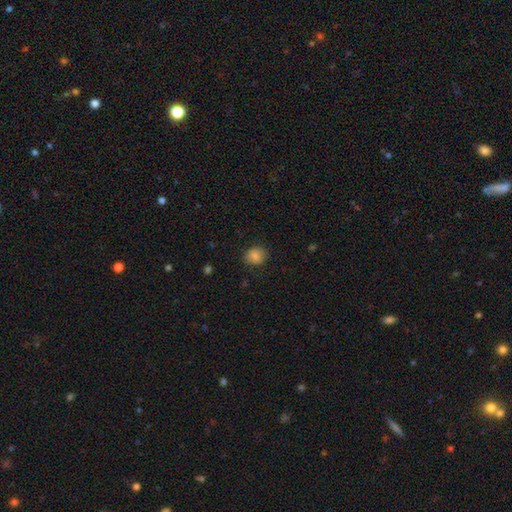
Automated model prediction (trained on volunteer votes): A smooth galaxy with no disk features (84%) that is round (70%). Merging: none (83%).